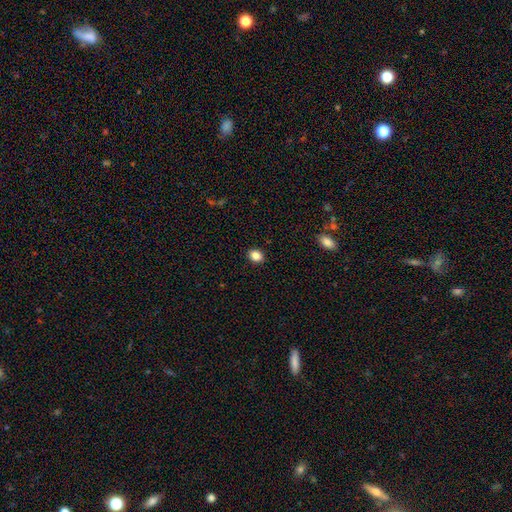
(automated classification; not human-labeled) A smooth galaxy with no disk features (85%) that is in between round and cigar-shaped (52%). Merging: none (90%).